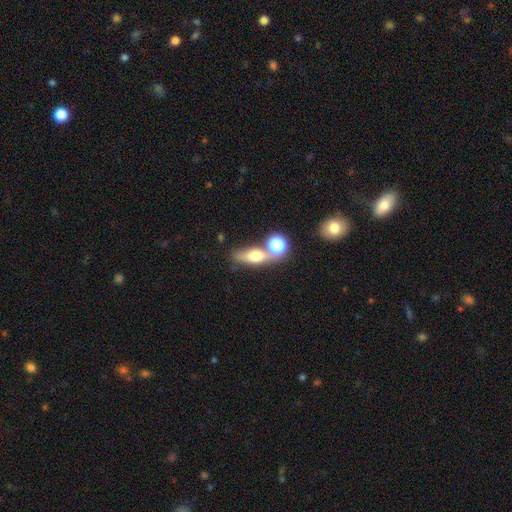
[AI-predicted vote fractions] This appears to be a smooth galaxy with no disk features (53%) that is in between round and cigar-shaped (48%). Merging: none (55%).